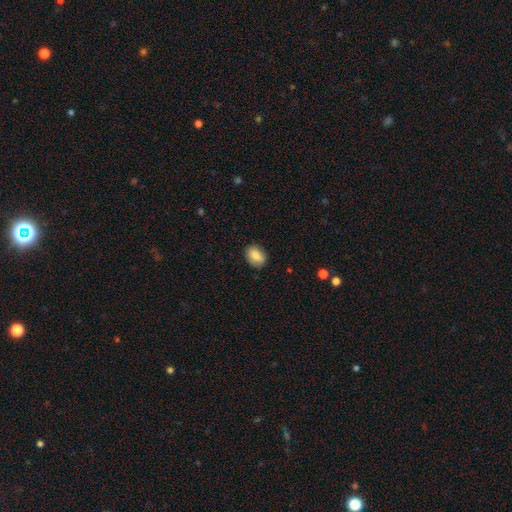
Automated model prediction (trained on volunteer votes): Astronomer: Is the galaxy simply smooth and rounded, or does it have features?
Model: smooth — 85%.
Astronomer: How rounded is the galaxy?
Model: in between — 76%.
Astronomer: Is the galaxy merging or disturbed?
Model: none — 86%.